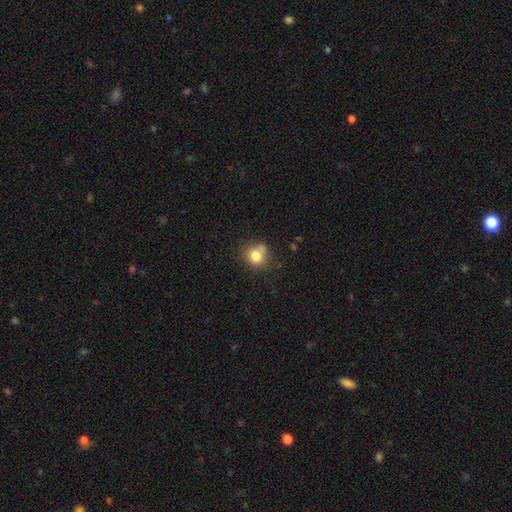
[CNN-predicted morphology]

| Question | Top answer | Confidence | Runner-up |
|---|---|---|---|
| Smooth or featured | smooth | 79% | star or artifact (11%) |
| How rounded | round | 79% | in between (20%) |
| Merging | none | 63% | minor disturbance (20%) |